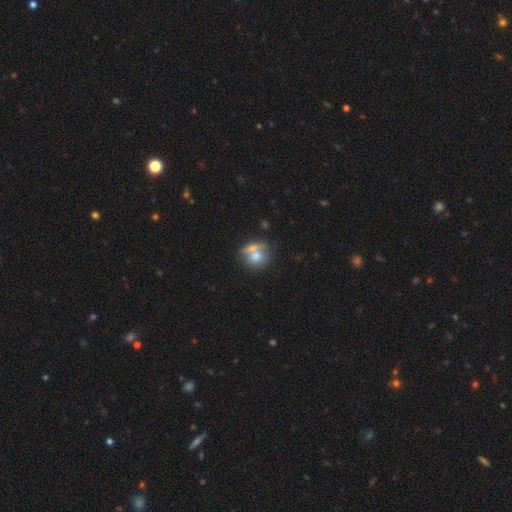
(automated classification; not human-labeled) smooth_or_featured: smooth (p=0.69) [alt: featured or disk p=0.22]
how_rounded: round (p=0.74) [alt: in between p=0.24]
merging: merger (p=0.45) [alt: none p=0.38]